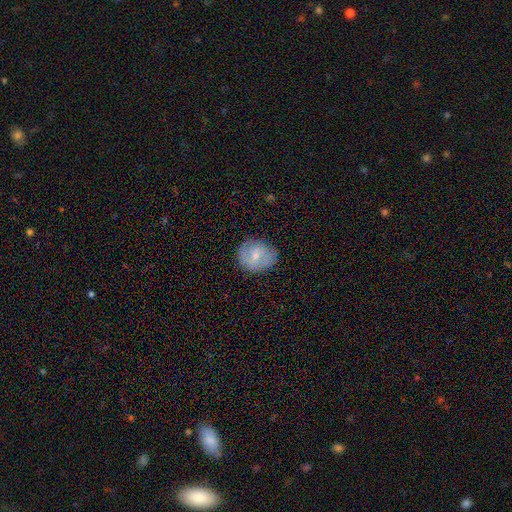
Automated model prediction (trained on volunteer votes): Smooth or featured? Predicted: smooth (p=0.53). How rounded? Predicted: round (p=0.68). Merging? Predicted: none (p=0.71).